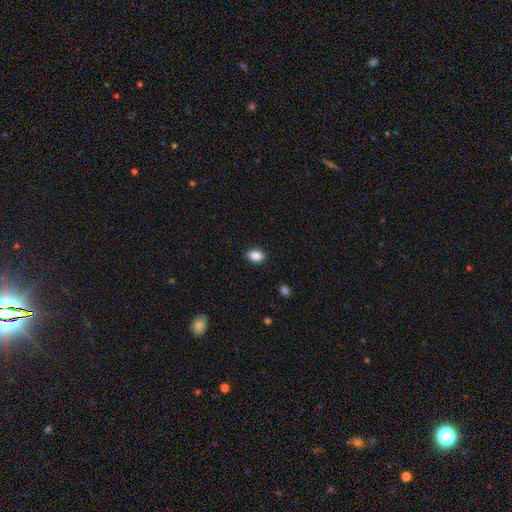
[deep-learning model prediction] Smooth or featured? smooth (89%)
How rounded? in between (77%)
Merging? none (89%)